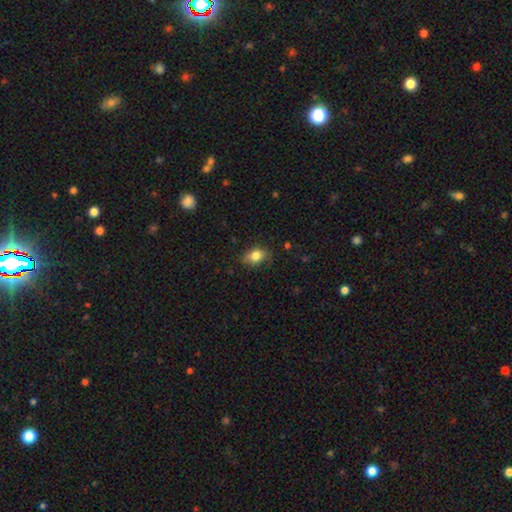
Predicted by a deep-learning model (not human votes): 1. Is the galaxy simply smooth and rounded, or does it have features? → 83% smooth, 9% star or artifact, 9% featured or disk.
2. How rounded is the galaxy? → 76% in between, 22% round, 2% cigar-shaped.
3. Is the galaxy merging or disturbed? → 75% none, 20% minor disturbance, 4% major disturbance, 1% merger.